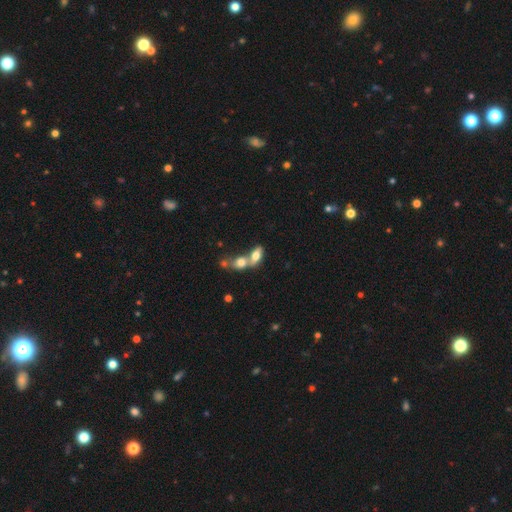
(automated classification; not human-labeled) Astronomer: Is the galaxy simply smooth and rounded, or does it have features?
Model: smooth — 69%.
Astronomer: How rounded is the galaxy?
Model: in between — 79%.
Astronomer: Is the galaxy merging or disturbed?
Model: merger — 71%.